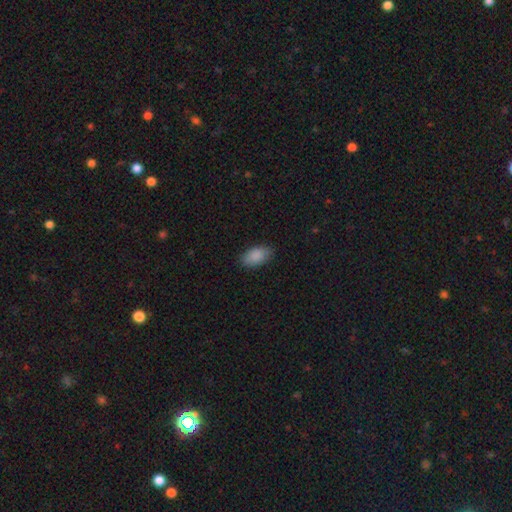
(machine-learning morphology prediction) This is clearly a smooth galaxy (88%). How rounded: clearly in between (93%). Merging: clearly none (83%).